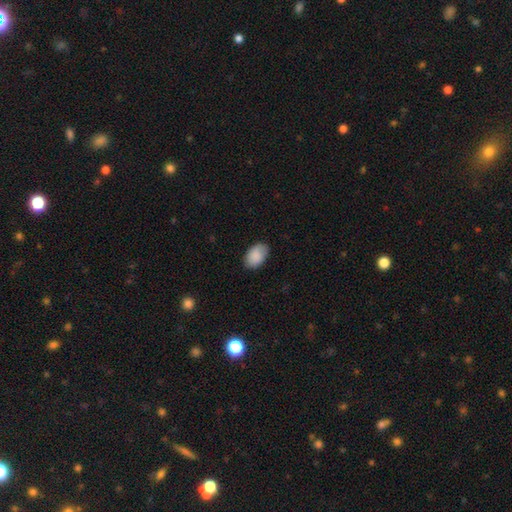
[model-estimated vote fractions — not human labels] smooth 88%, star or artifact 6%, featured or disk 6%. Down the decision tree: how rounded — in between (89%); merging — none (82%).